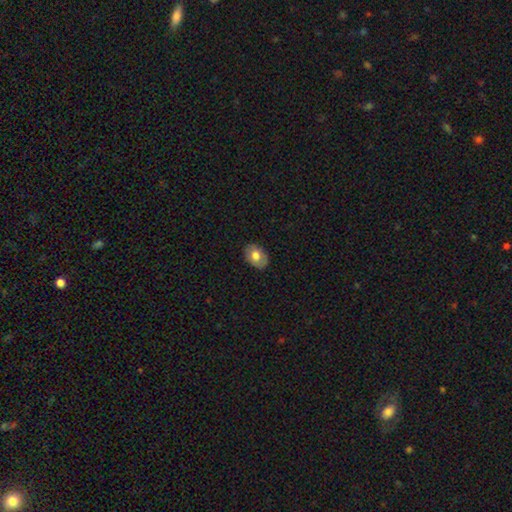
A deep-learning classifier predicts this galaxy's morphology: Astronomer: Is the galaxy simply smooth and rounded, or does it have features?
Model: smooth — 72%.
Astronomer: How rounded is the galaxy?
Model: in between — 80%.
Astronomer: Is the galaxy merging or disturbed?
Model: none — 85%.